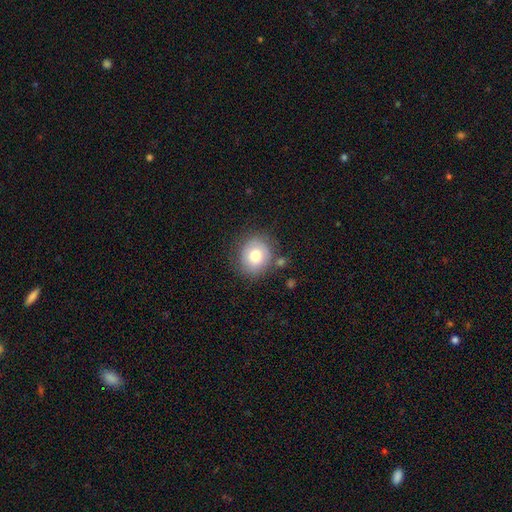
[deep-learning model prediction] Smooth or featured: smooth — 73% (featured or disk — 18%)
How rounded: round — 74% (in between — 25%)
Merging: none — 76% (minor disturbance — 16%)